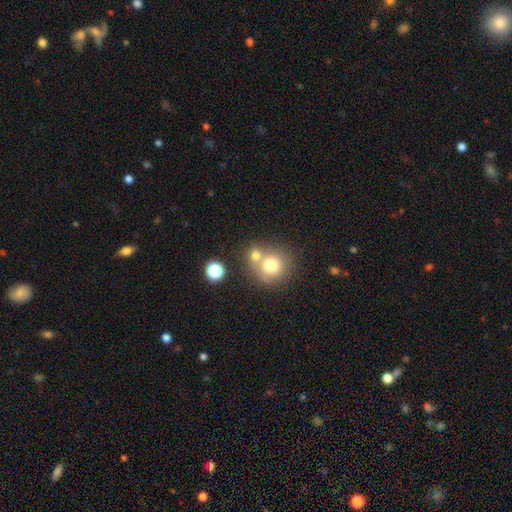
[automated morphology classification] smooth 73%, featured or disk 14%, star or artifact 13%. Down the decision tree: how rounded — round (86%); merging — merger (44%, tied with none).